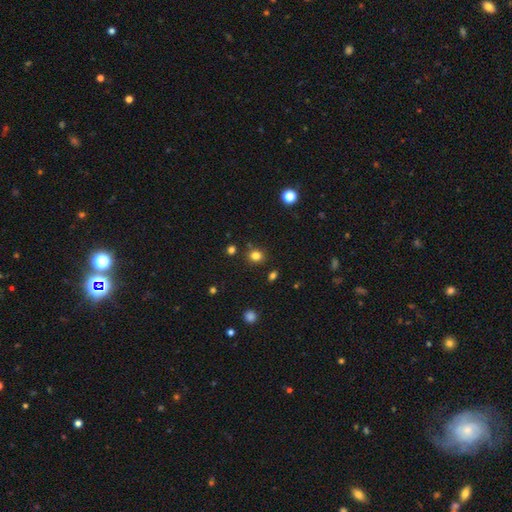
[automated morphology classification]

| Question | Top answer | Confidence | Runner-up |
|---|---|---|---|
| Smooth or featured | smooth | 80% | star or artifact (15%) |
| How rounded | round | 78% | in between (21%) |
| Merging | none | 83% | minor disturbance (9%) |